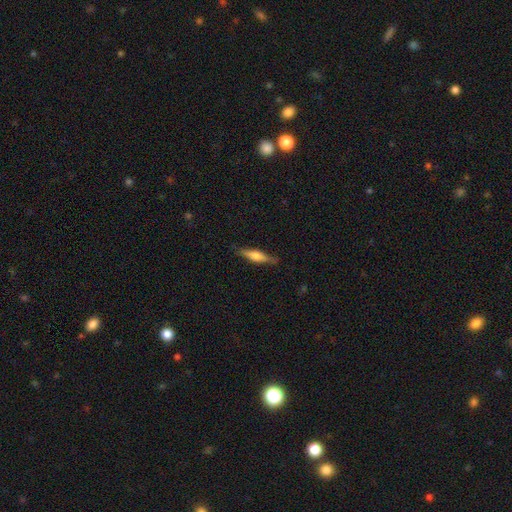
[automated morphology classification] Smooth or featured? featured or disk (49%)
Merging? none (84%)